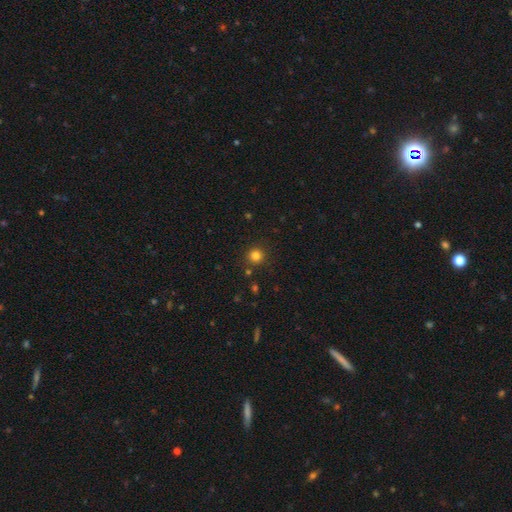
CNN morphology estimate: Smooth or featured? Predicted: smooth (p=0.81). How rounded? Predicted: round (p=0.94). Merging? Predicted: none (p=0.88).